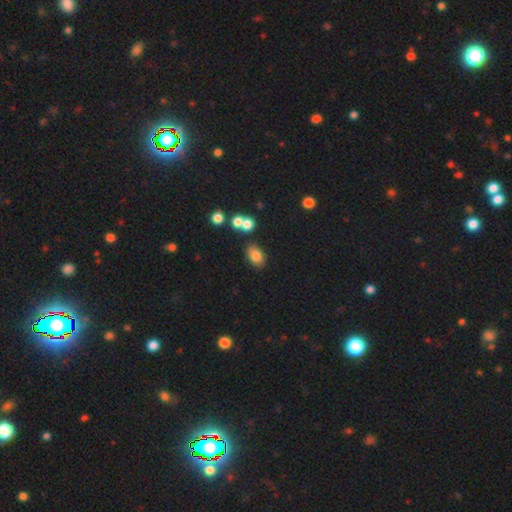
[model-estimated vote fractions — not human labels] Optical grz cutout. It shows a smooth galaxy with no disk features (79%) that is in between round and cigar-shaped (81%). Merging: none (76%).